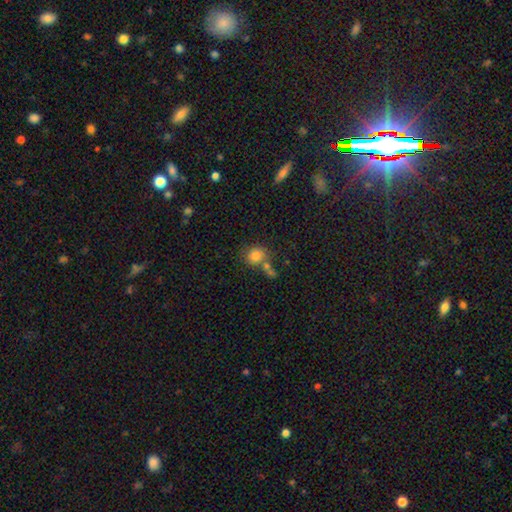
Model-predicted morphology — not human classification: smooth-or-featured: smooth: 82% | star or artifact: 11% | featured or disk: 8%
  how-rounded: round: 81% | in between: 18% | cigar-shaped: 1%
  merging: none: 55% | merger: 27% | minor disturbance: 12% | major disturbance: 6%